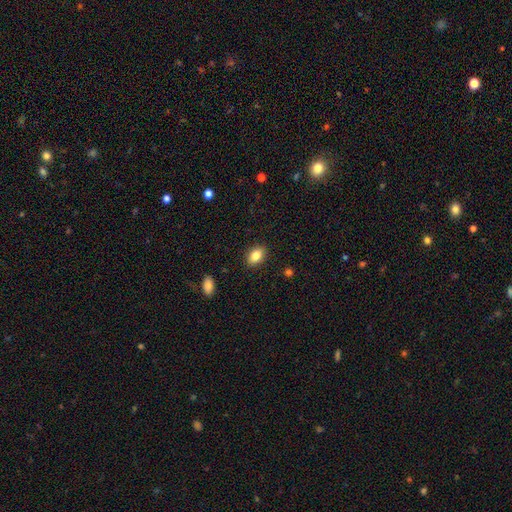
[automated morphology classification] smooth 84%, star or artifact 8%, featured or disk 8%. Down the decision tree: how rounded — in between (85%); merging — none (88%).